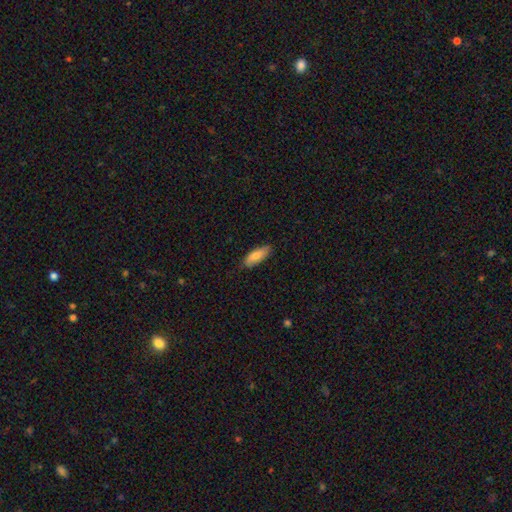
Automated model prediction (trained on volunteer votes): A smooth galaxy with no disk features (78%) that is in between round and cigar-shaped (71%). Merging: none (80%).